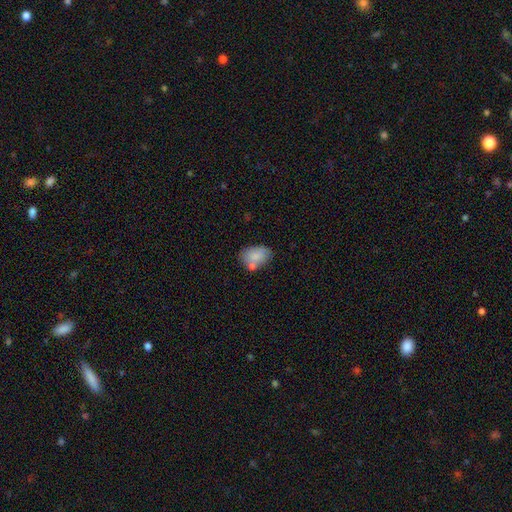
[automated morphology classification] smooth 80%, featured or disk 12%, star or artifact 8%. Down the decision tree: how rounded — in between (84%); merging — none (56%).